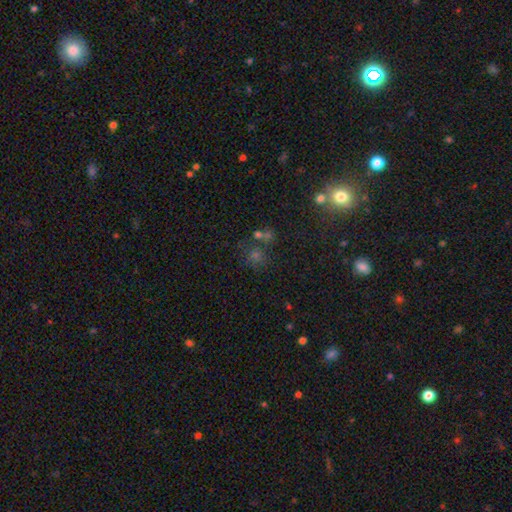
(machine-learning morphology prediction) Smooth or featured?
  - smooth: 46% *
  - star or artifact: 42%
  - featured or disk: 12%
Merging?
  - none: 63% *
  - merger: 19%
  - minor disturbance: 11%
  - major disturbance: 7%